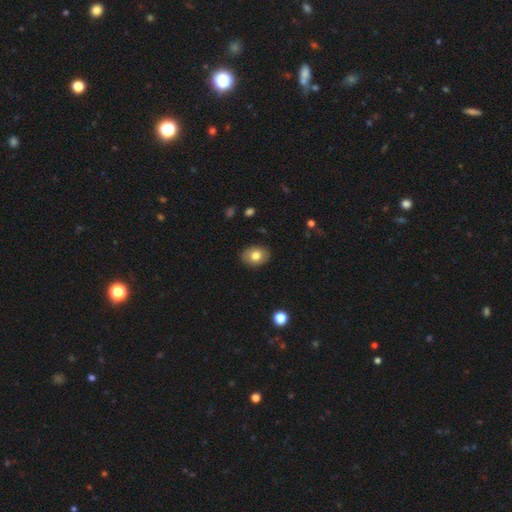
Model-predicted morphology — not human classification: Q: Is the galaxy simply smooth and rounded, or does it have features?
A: smooth — 79%.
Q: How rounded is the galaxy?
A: in between — 65%.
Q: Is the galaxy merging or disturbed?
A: none — 87%.